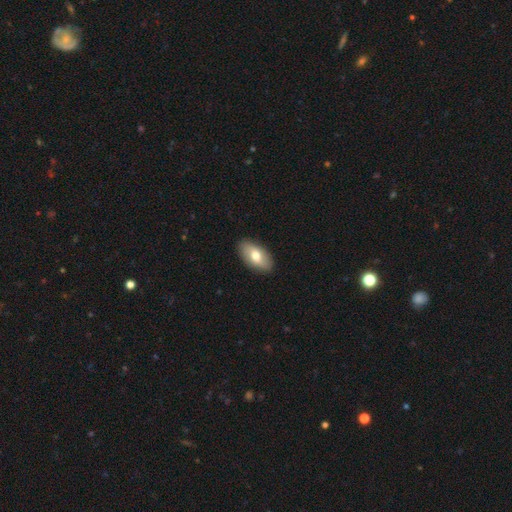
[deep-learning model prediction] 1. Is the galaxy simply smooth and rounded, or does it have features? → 68% smooth, 26% featured or disk, 6% star or artifact.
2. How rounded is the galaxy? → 93% in between, 4% round, 4% cigar-shaped.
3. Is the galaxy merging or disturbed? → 89% none, 8% minor disturbance, 2% major disturbance, 1% merger.